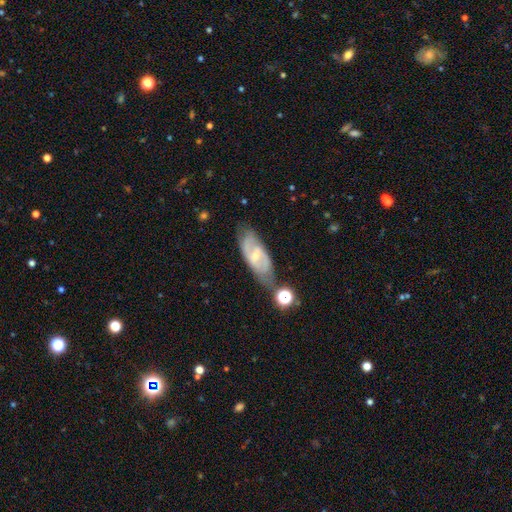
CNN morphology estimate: featured or disk 72%, smooth 21%, star or artifact 7%. Down the decision tree: edge-on disk — no (89%); bar — weak (52%); spiral arms — yes (86%); spiral arm count — 2 (77%); spiral winding — medium (48%); bulge size — small (61%); merging — none (65%).